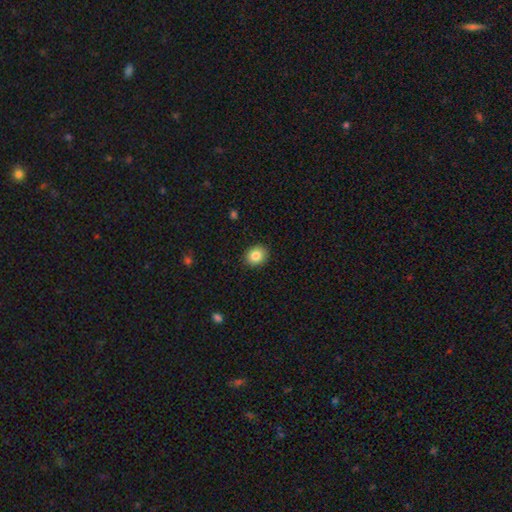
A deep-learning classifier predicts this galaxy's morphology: Smooth or featured?
  - smooth: 84% *
  - star or artifact: 9%
  - featured or disk: 6%
How rounded?
  - round: 67% *
  - in between: 33%
  - cigar-shaped: 1%
Merging?
  - none: 91% *
  - minor disturbance: 6%
  - major disturbance: 2%
  - merger: 1%